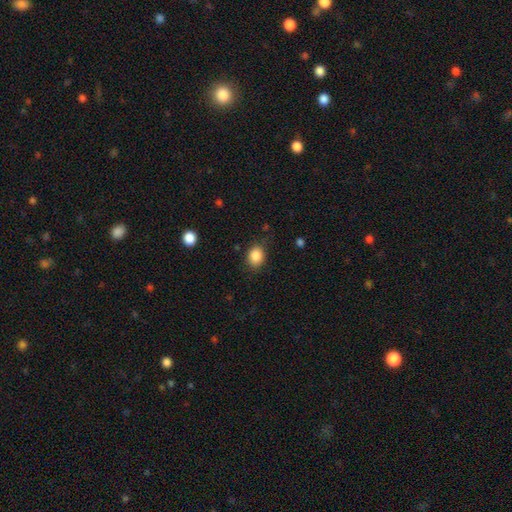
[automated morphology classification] smooth_or_featured: smooth (p=0.87) [alt: star or artifact p=0.09]
how_rounded: in between (p=0.53) [alt: round p=0.46]
merging: none (p=0.80) [alt: minor disturbance p=0.14]